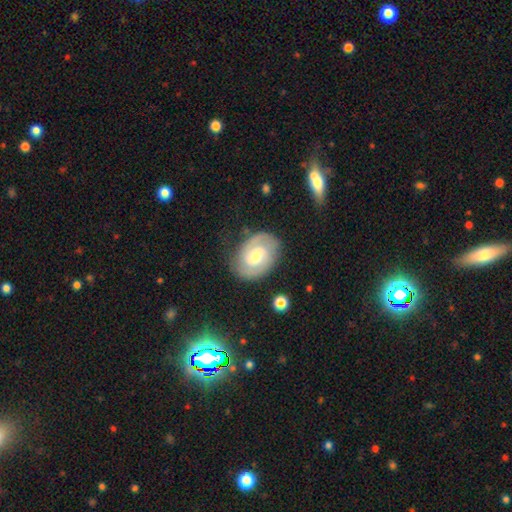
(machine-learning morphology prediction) featured or disk 80%, smooth 15%, star or artifact 6%. Down the decision tree: edge-on disk — no (97%); bar — weak (51%); spiral arms — yes (93%); spiral arm count — 2 (86%); spiral winding — tight (51%); bulge size — moderate (64%); merging — none (80%).